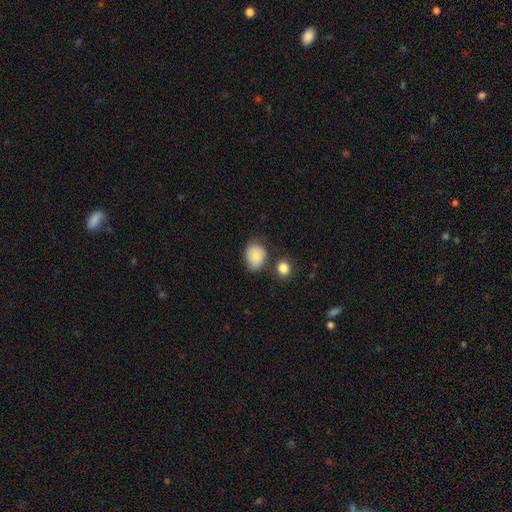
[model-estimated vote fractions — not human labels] Morphology: type=smooth (83%); roundness=in between (52%); merging=none (62%).